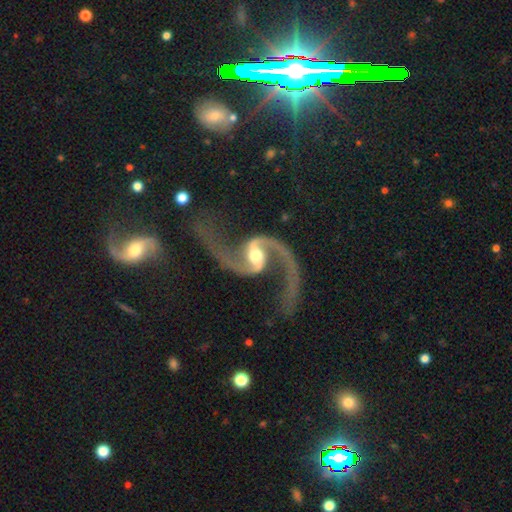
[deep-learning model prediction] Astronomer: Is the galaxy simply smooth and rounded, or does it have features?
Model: featured or disk — 94%.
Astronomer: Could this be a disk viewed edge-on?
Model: no — 98%.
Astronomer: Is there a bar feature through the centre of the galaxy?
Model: strong — 39%, tied with weak at 39%.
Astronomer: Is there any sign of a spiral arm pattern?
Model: yes — 98%.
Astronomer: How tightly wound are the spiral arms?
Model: loose — 80%.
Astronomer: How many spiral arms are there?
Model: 2 — 95%.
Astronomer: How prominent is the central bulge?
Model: moderate — 72%.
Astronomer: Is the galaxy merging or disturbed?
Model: none — 68%.